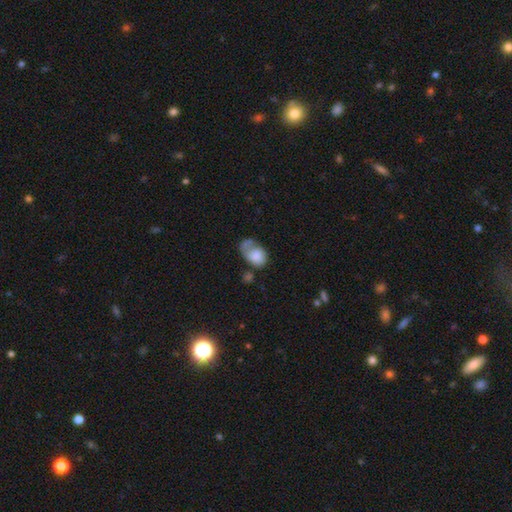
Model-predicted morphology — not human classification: This is likely a smooth galaxy (71%). How rounded: likely in between (78%). Merging: marginally major disturbance (30%).